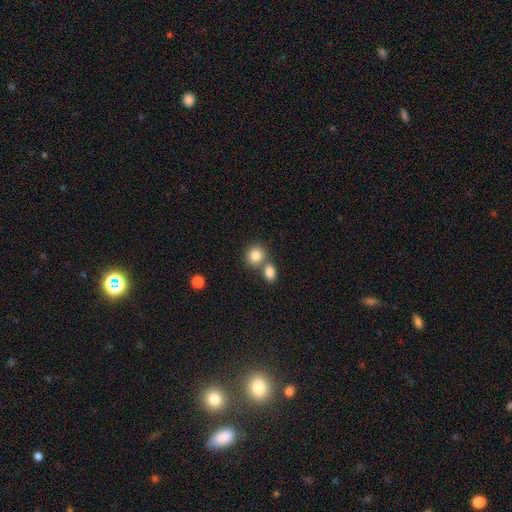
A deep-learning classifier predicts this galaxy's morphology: type=smooth (84%); roundness=round (77%); merging=none (53%).